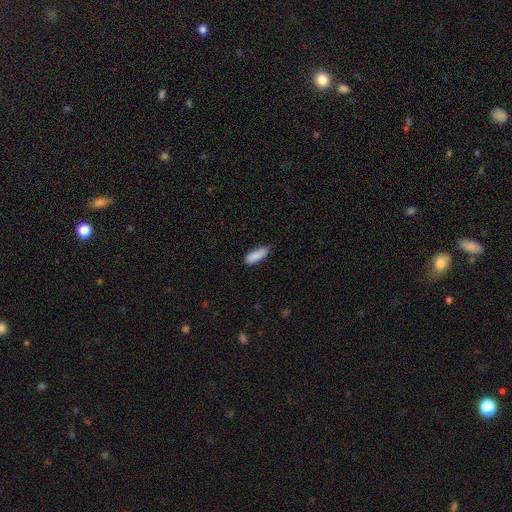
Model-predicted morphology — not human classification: Smooth or featured: smooth — 89% (star or artifact — 6%)
How rounded: in between — 63% (cigar-shaped — 36%)
Merging: none — 78% (minor disturbance — 18%)